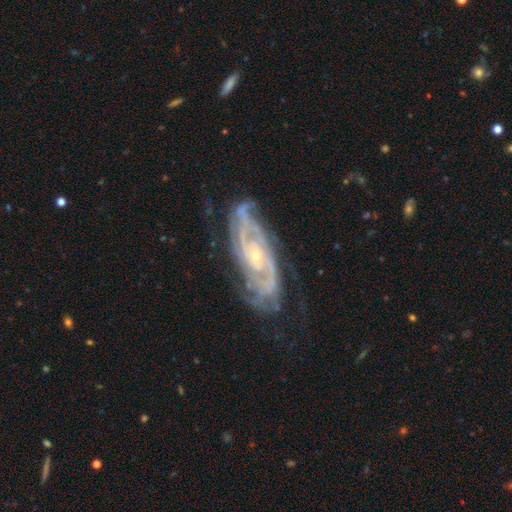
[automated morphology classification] The model was most divided on "spiral arm count": 2: 33%, can't tell: 25%, 3: 19%, 4: 11%, more than 4: 6%, 1: 6%. More confident: spiral arms — yes (96%); edge-on disk — no (92%); smooth or featured — featured or disk (89%); bulge size — small (72%); merging — none (69%); bar — no (69%); spiral winding — tight (64%).